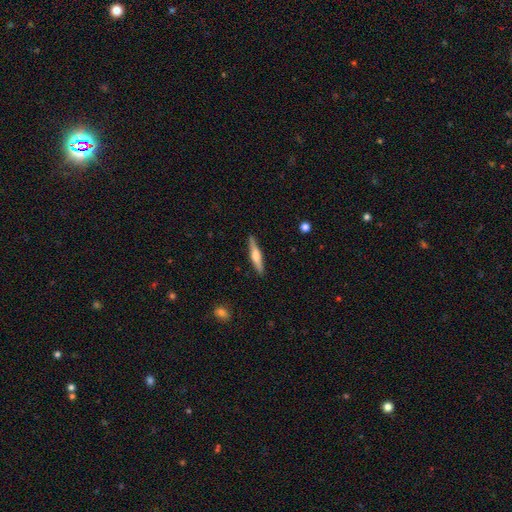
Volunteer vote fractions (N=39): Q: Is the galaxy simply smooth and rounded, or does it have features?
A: featured or disk — 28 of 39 (72%).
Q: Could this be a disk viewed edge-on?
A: yes — 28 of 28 (100%).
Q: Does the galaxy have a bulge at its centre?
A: rounded — 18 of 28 (64%).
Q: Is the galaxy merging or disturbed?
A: none — 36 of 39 (92%).